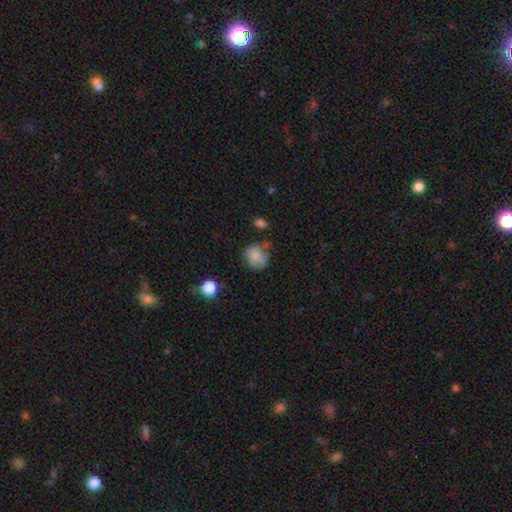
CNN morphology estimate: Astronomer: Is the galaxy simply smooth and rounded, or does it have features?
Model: smooth — 82%.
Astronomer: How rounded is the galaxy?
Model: round — 67%.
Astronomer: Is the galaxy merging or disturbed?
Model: none — 53%.